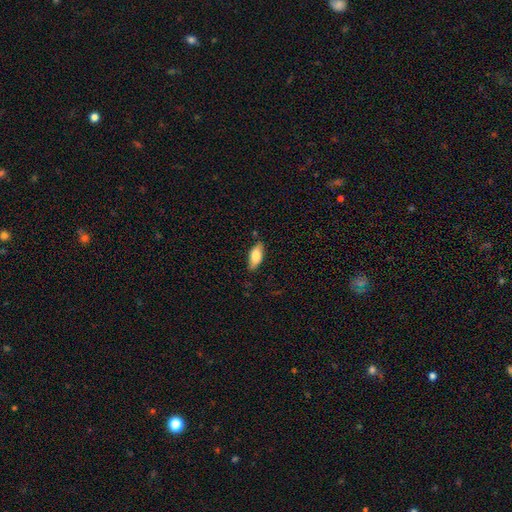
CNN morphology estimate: Q: Smooth or featured?
A: smooth (76%); runner-up: featured or disk (18%)
Q: How rounded?
A: in between (83%); runner-up: cigar-shaped (15%)
Q: Merging?
A: none (80%); runner-up: minor disturbance (15%)